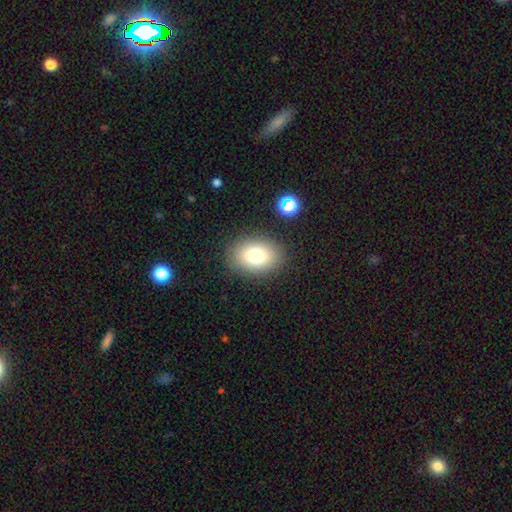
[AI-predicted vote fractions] The model was most divided on "how rounded": in between: 71%, round: 28%, cigar-shaped: 1%. More confident: merging — none (86%); smooth or featured — smooth (77%).